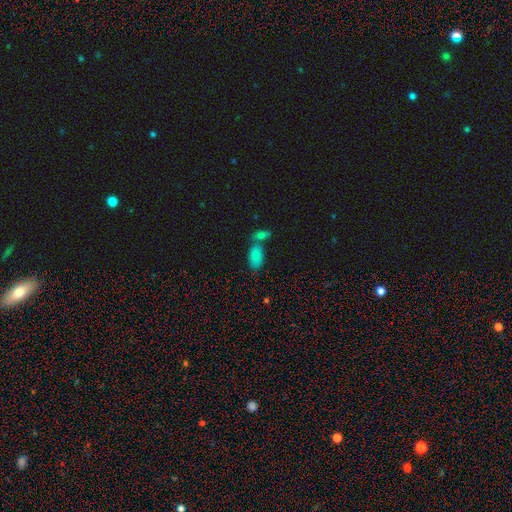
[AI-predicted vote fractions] Overall: smooth (81%). How rounded: in between (92%). Merging: merger (45%; none 41%).